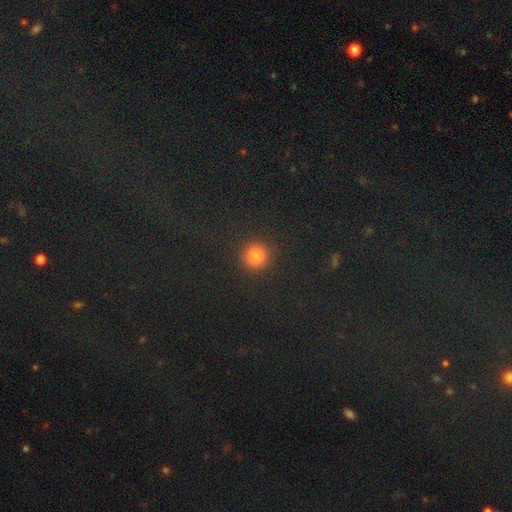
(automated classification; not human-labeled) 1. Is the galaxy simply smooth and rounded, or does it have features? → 77% smooth, 17% star or artifact, 6% featured or disk.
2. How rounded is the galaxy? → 93% round, 6% in between, 1% cigar-shaped.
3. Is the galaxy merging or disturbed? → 91% none, 6% minor disturbance, 2% major disturbance, 1% merger.